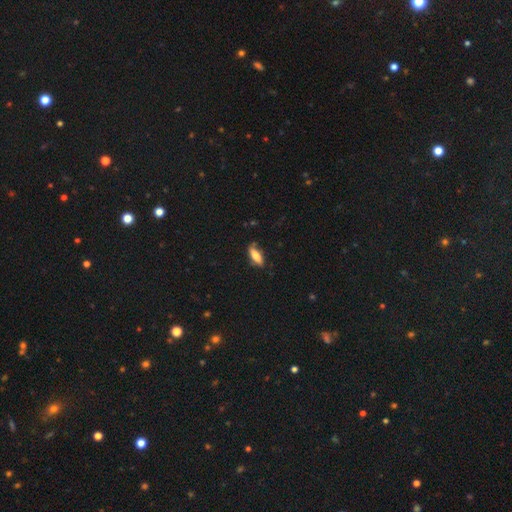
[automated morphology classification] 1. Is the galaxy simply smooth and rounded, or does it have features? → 71% smooth, 23% featured or disk, 7% star or artifact.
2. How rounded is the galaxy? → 64% in between, 34% cigar-shaped, 2% round.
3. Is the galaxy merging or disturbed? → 71% none, 23% minor disturbance, 4% major disturbance, 2% merger.